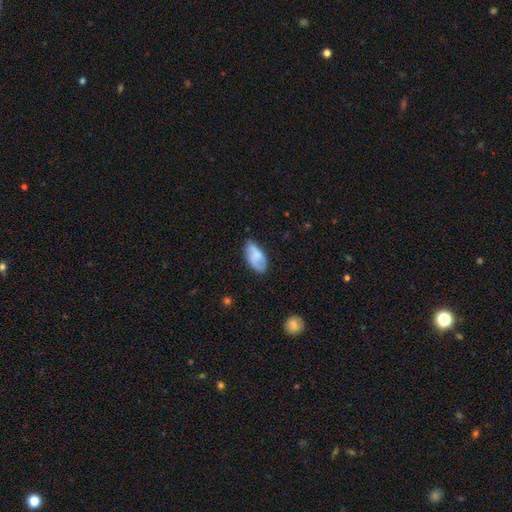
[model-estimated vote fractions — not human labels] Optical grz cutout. It shows a smooth galaxy with no disk features (72%) that is in between round and cigar-shaped (93%). Merging: none (65%).